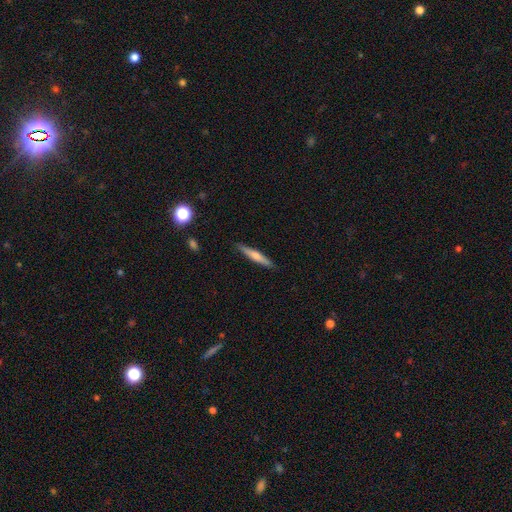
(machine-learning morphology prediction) Smooth or featured: smooth — 53% (featured or disk — 41%)
How rounded: cigar-shaped — 93% (in between — 6%)
Merging: none — 89% (minor disturbance — 8%)